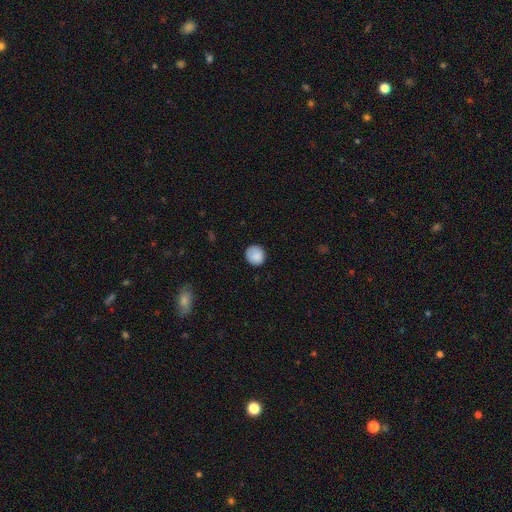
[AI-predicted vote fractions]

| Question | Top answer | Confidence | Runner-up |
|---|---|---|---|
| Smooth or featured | smooth | 87% | star or artifact (8%) |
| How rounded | round | 89% | in between (10%) |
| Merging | none | 82% | minor disturbance (14%) |